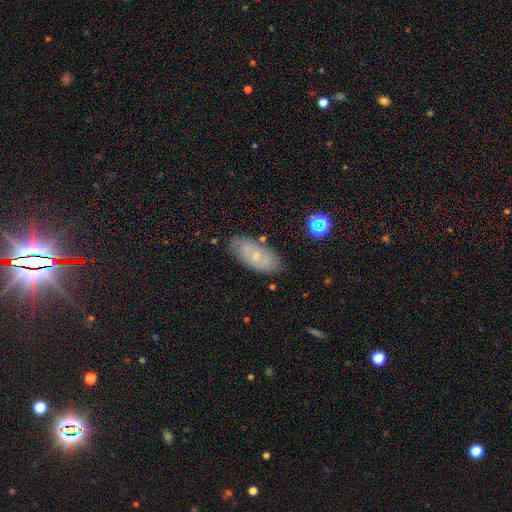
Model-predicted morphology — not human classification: This is possibly a smooth galaxy (49%). Merging: likely none (76%).